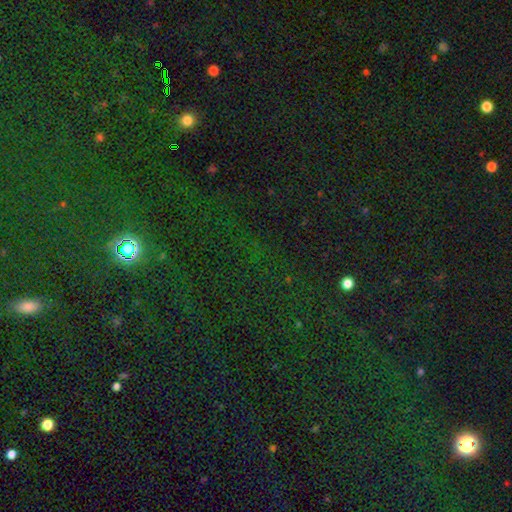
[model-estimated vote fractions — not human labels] A star or artifact, not a galaxy (79%).